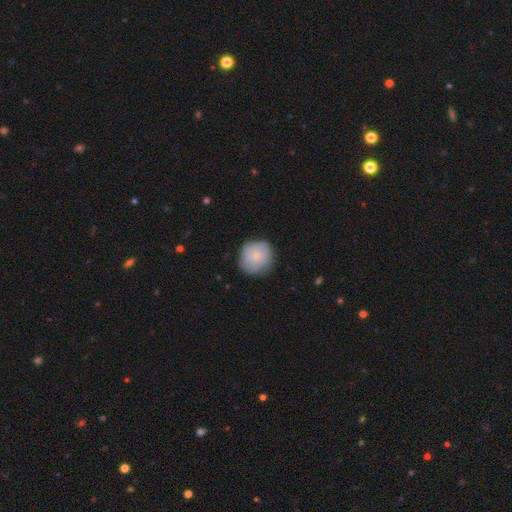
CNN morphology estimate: Smooth or featured: smooth — 64% (featured or disk — 29%)
How rounded: round — 88% (in between — 11%)
Merging: none — 71% (minor disturbance — 22%)